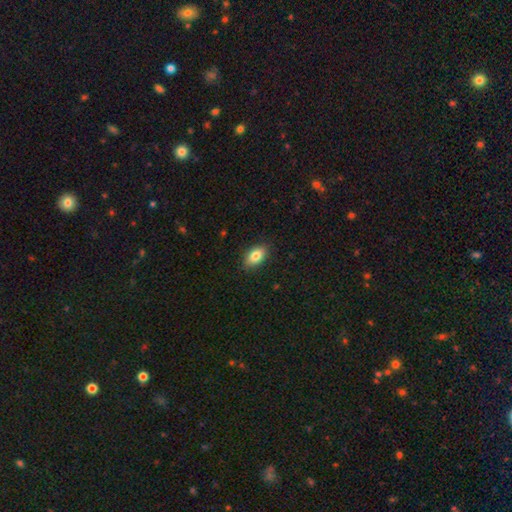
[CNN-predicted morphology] A smooth galaxy with no disk features (84%) that is in between round and cigar-shaped (91%).

Vote fractions:
- Smooth or featured? smooth: 84% / featured or disk: 9% / star or artifact: 7%
- How rounded? in between: 91% / round: 6% / cigar-shaped: 3%
- Merging? none: 87% / minor disturbance: 10% / major disturbance: 2% / merger: 1%